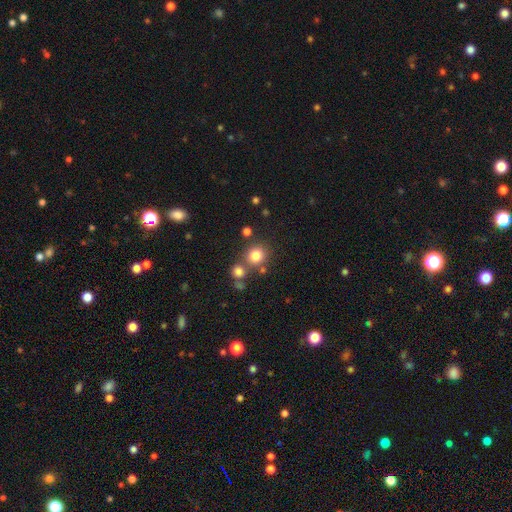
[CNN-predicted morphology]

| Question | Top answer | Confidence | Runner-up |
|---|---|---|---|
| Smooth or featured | smooth | 80% | star or artifact (13%) |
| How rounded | round | 88% | in between (11%) |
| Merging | none | 72% | merger (16%) |